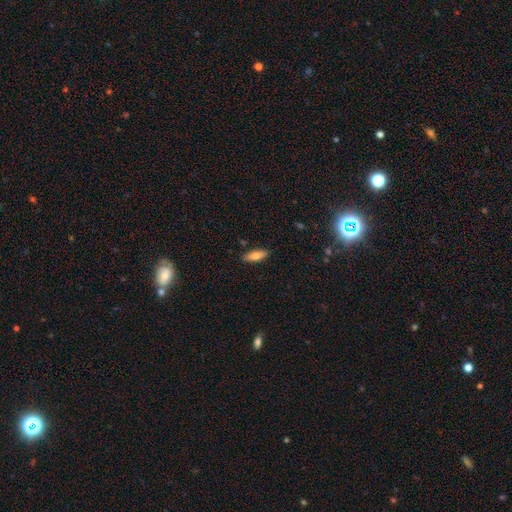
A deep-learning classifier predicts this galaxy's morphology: A smooth galaxy with no disk features (74%) that is in between round and cigar-shaped (57%).

Vote fractions:
- Smooth or featured? smooth: 74% / featured or disk: 20% / star or artifact: 7%
- How rounded? in between: 57% / cigar-shaped: 41% / round: 2%
- Merging? none: 87% / minor disturbance: 9% / major disturbance: 2% / merger: 2%